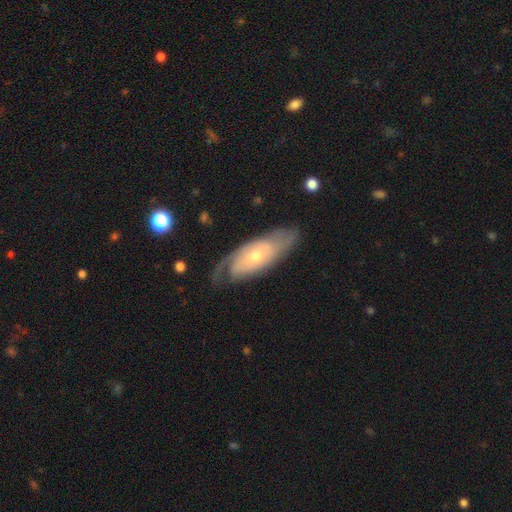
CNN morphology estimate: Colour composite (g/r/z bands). It shows a featured or disk galaxy (75%) with no bar (71%), 2 (45%) tight (54%) spiral arms (88%) and a small central bulge (50%). Merging: none (67%).